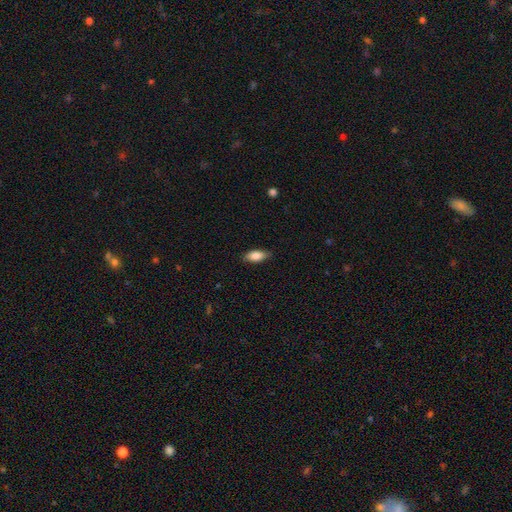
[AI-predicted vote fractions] This is clearly a smooth galaxy (83%). How rounded: clearly in between (85%). Merging: clearly none (84%).